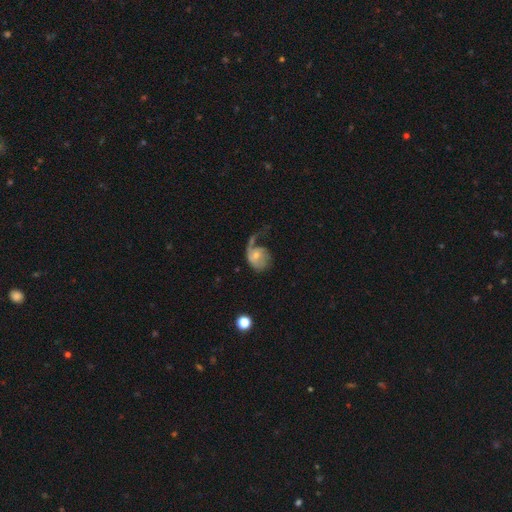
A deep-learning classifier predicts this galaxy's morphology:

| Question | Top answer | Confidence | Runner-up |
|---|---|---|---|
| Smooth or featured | featured or disk | 65% | smooth (28%) |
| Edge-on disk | no | 98% | yes (2%) |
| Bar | no | 64% | weak (31%) |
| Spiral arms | yes | 81% | no (19%) |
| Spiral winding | loose | 55% | medium (29%) |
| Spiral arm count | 1 | 72% | 2 (16%) |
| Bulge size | small | 53% | moderate (35%) |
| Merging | major disturbance | 53% | none (25%) |